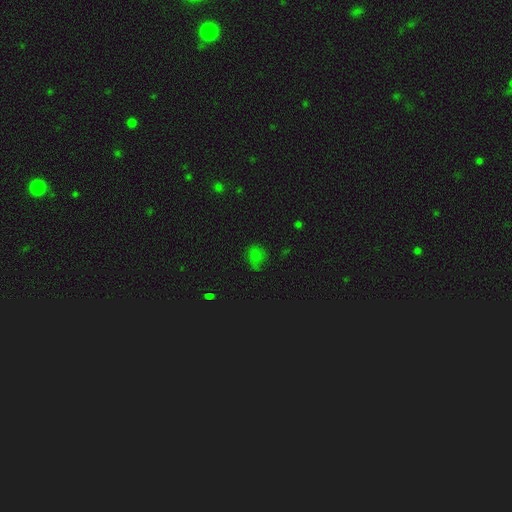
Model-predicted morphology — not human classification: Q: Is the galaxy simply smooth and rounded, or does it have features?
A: smooth — 62%.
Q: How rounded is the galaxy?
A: round — 52%.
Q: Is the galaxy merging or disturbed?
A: none — 56%.